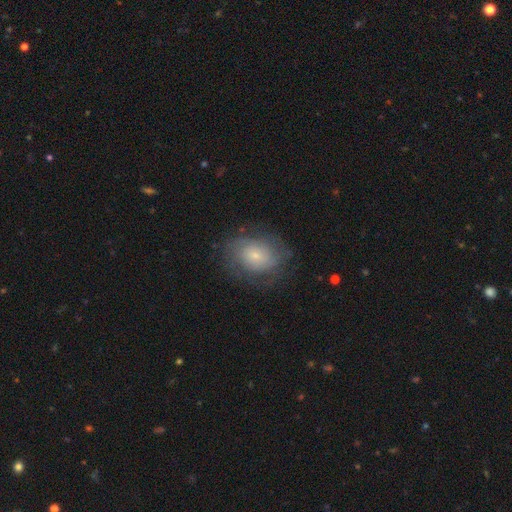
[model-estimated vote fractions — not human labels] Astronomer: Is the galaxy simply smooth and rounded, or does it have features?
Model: smooth — 50% (runner-up: featured or disk, 41%).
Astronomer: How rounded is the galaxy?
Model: round — 50% (runner-up: in between, 49%).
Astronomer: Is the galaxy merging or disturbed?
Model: none — 70%.